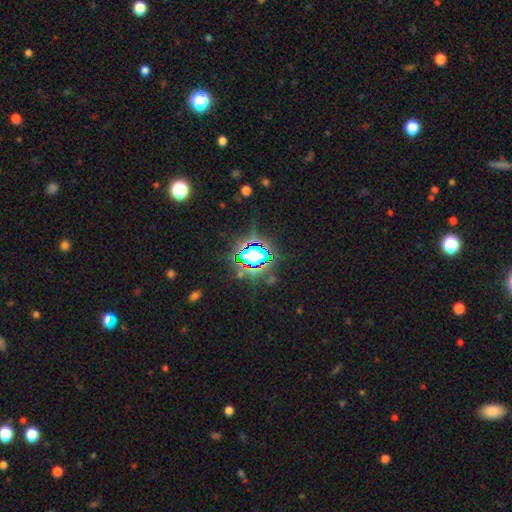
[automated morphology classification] This appears to be a star or artifact, not a galaxy (71%).